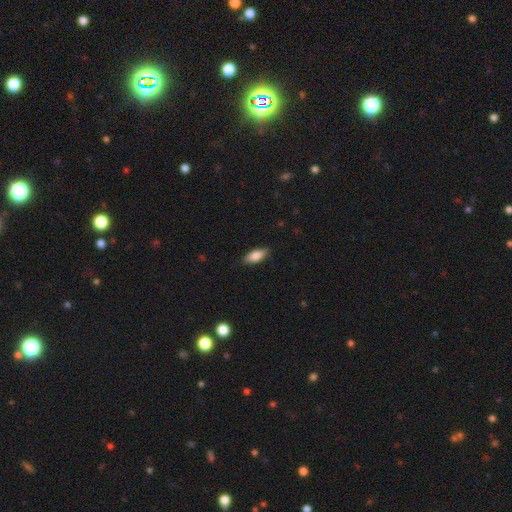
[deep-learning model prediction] This appears to be a smooth galaxy with no disk features (82%) that is in between round and cigar-shaped (81%). Merging: none (86%).